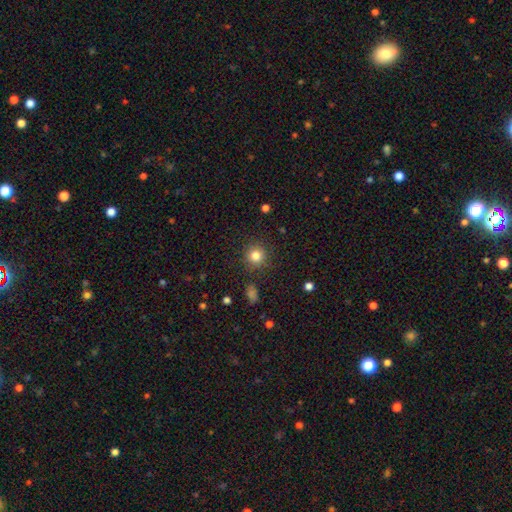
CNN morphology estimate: A smooth galaxy with no disk features (82%) that is round (93%).

Vote fractions:
- Smooth or featured? smooth: 82% / star or artifact: 12% / featured or disk: 6%
- How rounded? round: 93% / in between: 6% / cigar-shaped: 1%
- Merging? none: 87% / minor disturbance: 8% / major disturbance: 3% / merger: 2%